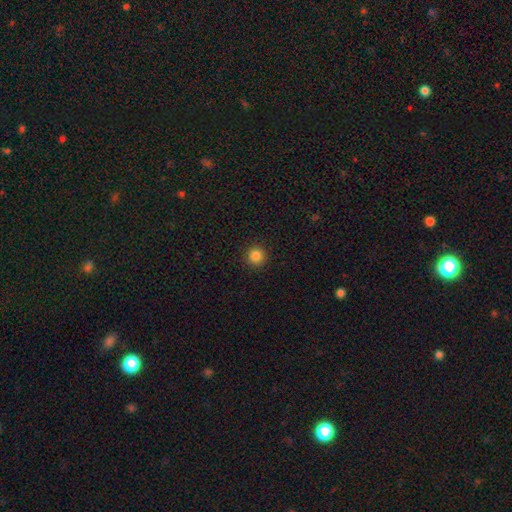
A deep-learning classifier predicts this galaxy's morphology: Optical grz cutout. It shows a smooth galaxy with no disk features (85%) that is round (95%). Merging: none (92%).